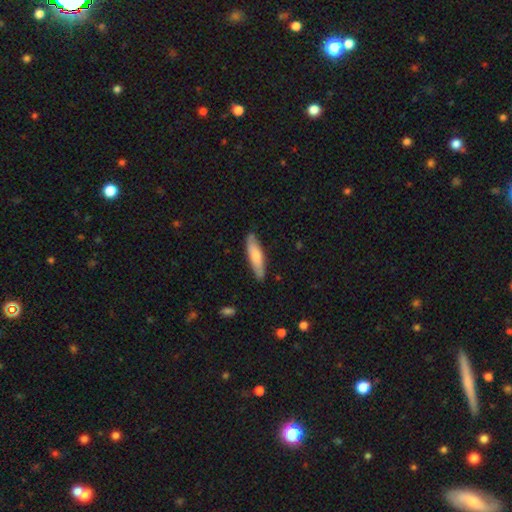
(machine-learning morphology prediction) A smooth galaxy with no disk features (69%) that is cigar-shaped (75%).

Vote fractions:
- Smooth or featured? smooth: 69% / featured or disk: 26% / star or artifact: 5%
- How rounded? cigar-shaped: 75% / in between: 24% / round: 1%
- Merging? none: 83% / minor disturbance: 13% / major disturbance: 2% / merger: 1%